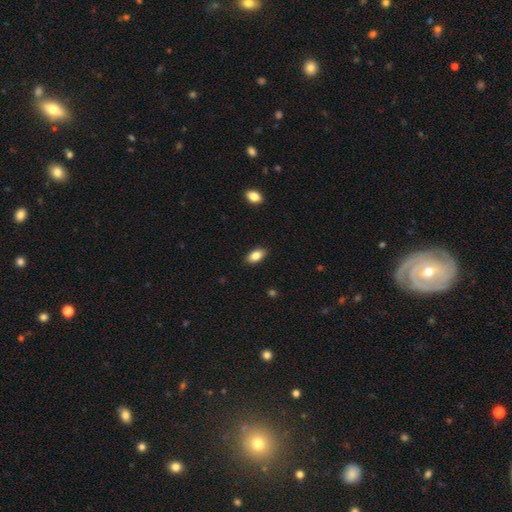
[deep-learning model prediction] A smooth galaxy with no disk features (83%) that is in between round and cigar-shaped (90%). Merging: none (88%).